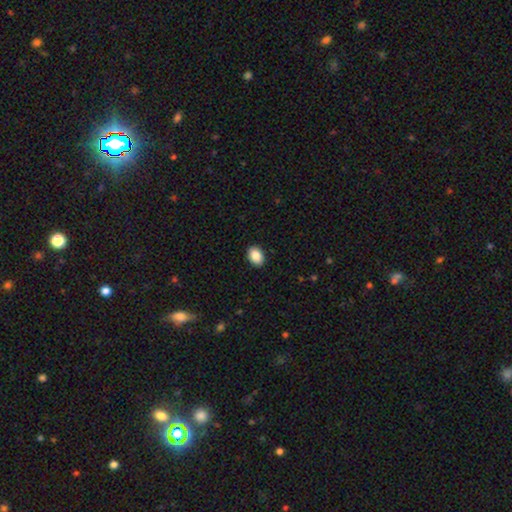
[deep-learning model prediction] smooth 89%, star or artifact 7%, featured or disk 4%. Down the decision tree: how rounded — in between (82%); merging — none (90%).